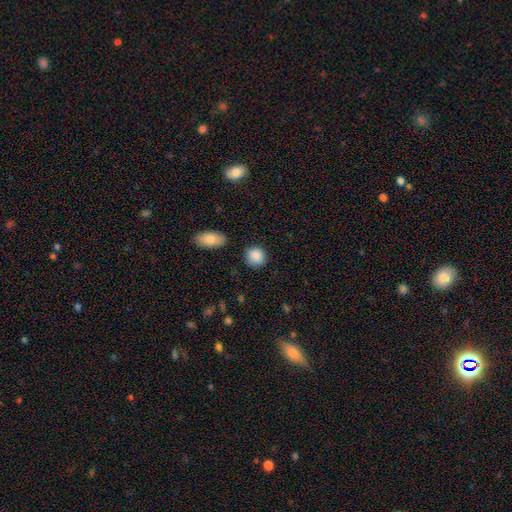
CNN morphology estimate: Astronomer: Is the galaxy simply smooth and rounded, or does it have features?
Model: smooth — 89%.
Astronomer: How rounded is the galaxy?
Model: round — 82%.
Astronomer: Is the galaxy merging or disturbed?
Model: none — 84%.